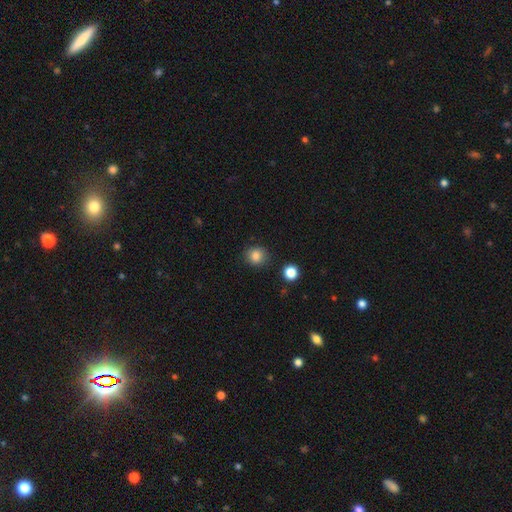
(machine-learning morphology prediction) smooth 85%, star or artifact 11%, featured or disk 4%. Down the decision tree: how rounded — round (83%); merging — none (85%).